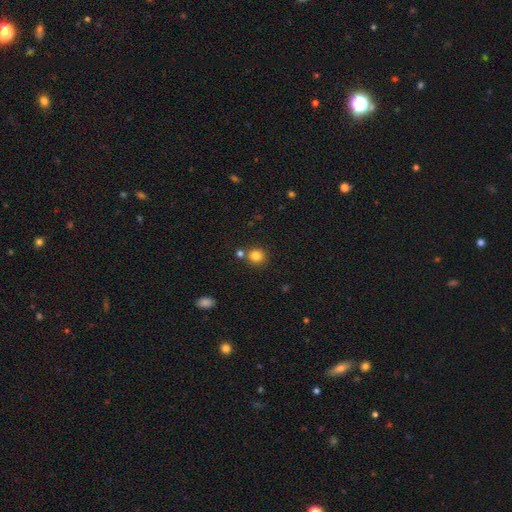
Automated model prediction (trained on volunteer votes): A smooth galaxy with no disk features (82%) that is round (86%).

Vote fractions:
- Smooth or featured? smooth: 82% / star or artifact: 12% / featured or disk: 6%
- How rounded? round: 86% / in between: 13% / cigar-shaped: 1%
- Merging? none: 75% / merger: 14% / minor disturbance: 9% / major disturbance: 3%